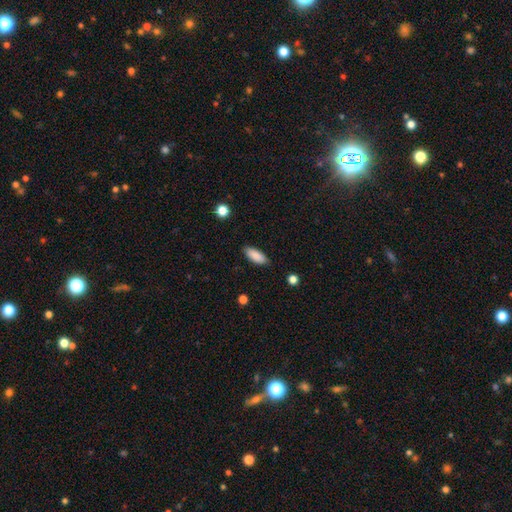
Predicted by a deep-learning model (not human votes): smooth_or_featured: smooth (p=0.88) [alt: star or artifact p=0.06]
how_rounded: in between (p=0.78) [alt: cigar-shaped p=0.20]
merging: none (p=0.87) [alt: minor disturbance p=0.10]